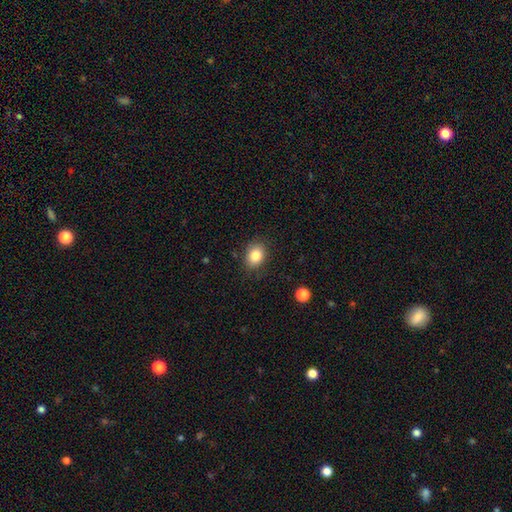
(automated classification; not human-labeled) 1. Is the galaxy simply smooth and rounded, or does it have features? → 84% smooth, 9% star or artifact, 7% featured or disk.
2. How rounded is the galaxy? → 61% in between, 38% round, 1% cigar-shaped.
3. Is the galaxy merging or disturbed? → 83% none, 12% minor disturbance, 3% major disturbance, 1% merger.